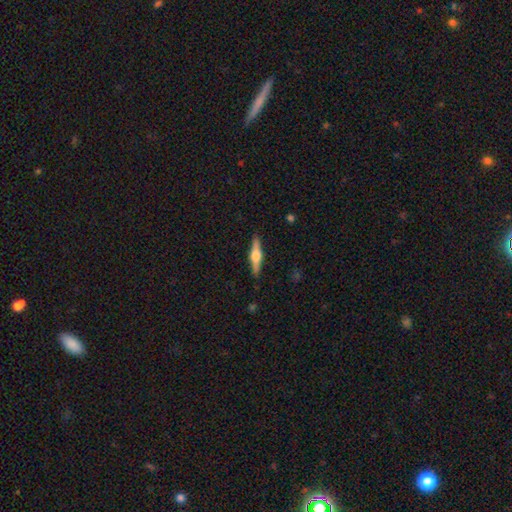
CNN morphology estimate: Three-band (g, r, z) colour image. It shows a featured or disk galaxy (67%) viewed edge-on (97%) with a rounded central bulge (93%). Merging: none (90%).